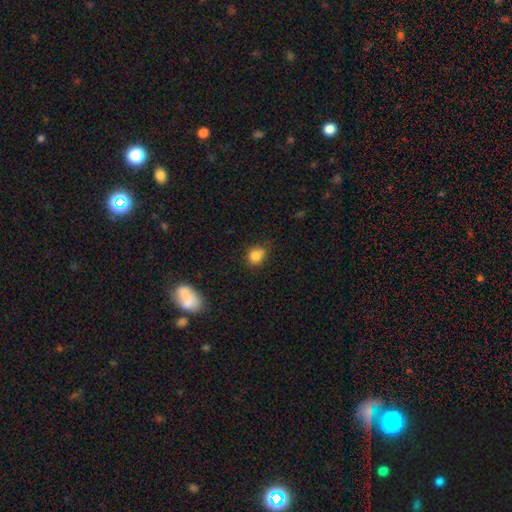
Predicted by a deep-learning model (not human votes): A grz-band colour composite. It shows a smooth galaxy with no disk features (83%) that is round (65%). Merging: none (64%).